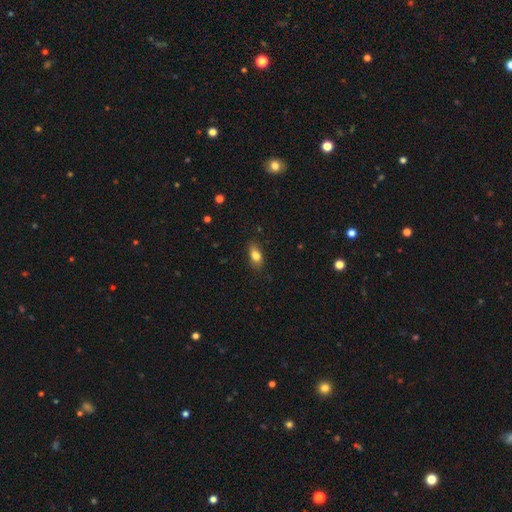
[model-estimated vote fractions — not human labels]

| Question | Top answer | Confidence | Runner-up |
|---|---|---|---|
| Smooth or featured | smooth | 81% | featured or disk (10%) |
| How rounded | in between | 83% | cigar-shaped (9%) |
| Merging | none | 79% | minor disturbance (16%) |